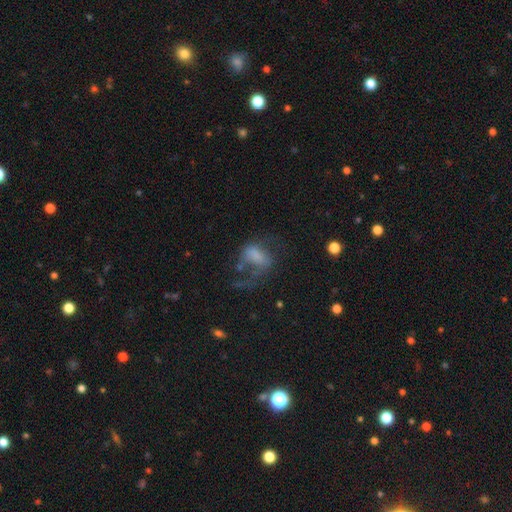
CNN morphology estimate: smooth 47%, featured or disk 40%, star or artifact 13%. Down the decision tree: merging — major disturbance (51%).